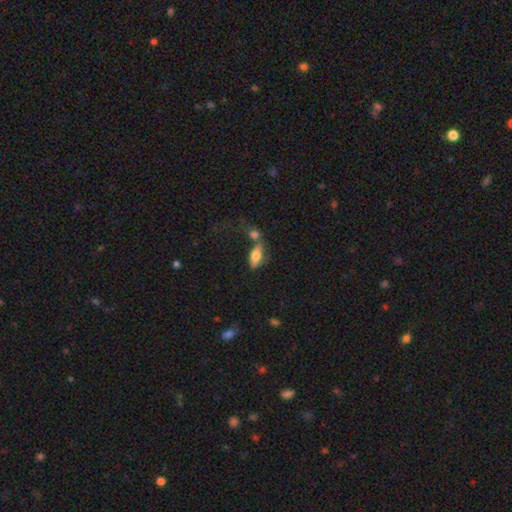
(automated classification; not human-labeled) Q: Smooth or featured?
A: smooth (68%); runner-up: featured or disk (24%)
Q: How rounded?
A: in between (78%); runner-up: cigar-shaped (18%)
Q: Merging?
A: none (39%); runner-up: merger (37%)